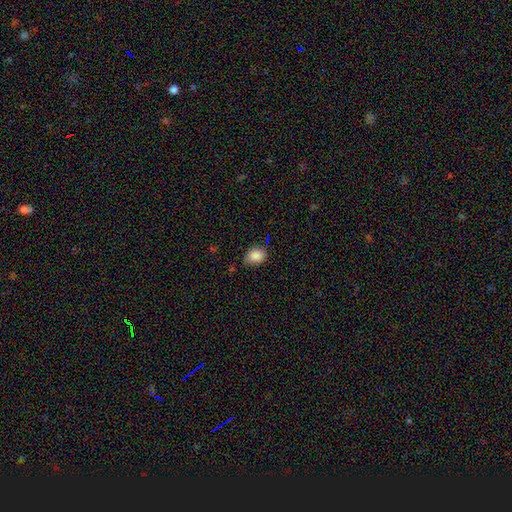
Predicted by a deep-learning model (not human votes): smooth 86%, star or artifact 8%, featured or disk 5%. Down the decision tree: how rounded — in between (64%); merging — none (72%).